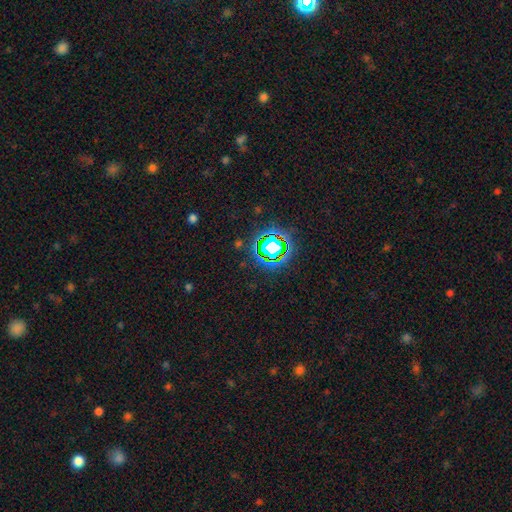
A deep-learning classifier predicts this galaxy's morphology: Smooth or featured: star or artifact — 77% (smooth — 16%)